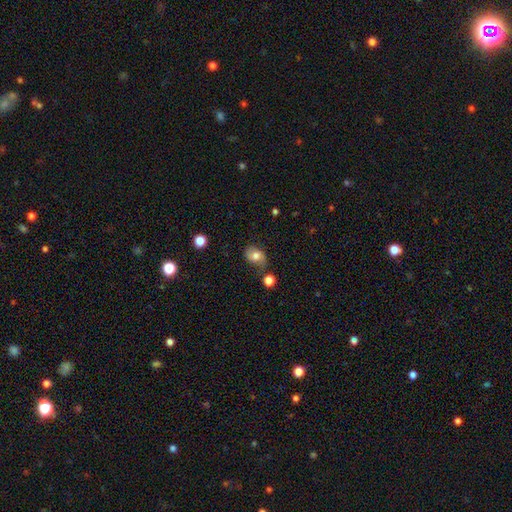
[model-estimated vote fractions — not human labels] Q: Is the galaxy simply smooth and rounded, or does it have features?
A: smooth — 59%.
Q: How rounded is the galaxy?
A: in between — 66%.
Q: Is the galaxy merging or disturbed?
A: none — 62%.